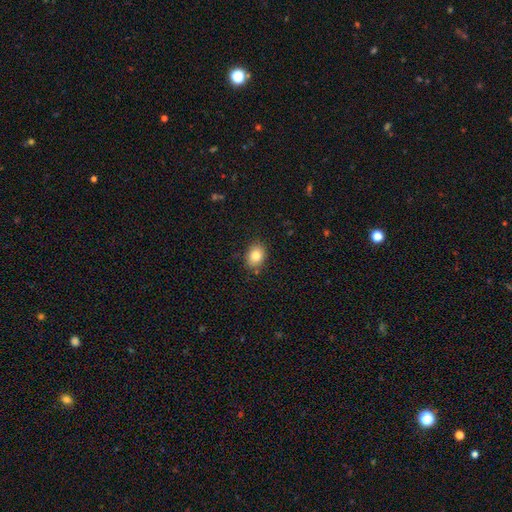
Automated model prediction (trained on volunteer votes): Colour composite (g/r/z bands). It shows a smooth galaxy with no disk features (83%) that is in between round and cigar-shaped (63%). Merging: none (85%).